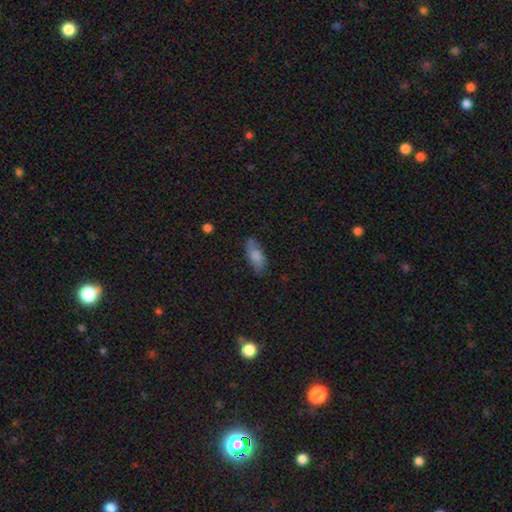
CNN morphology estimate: A smooth galaxy with no disk features (76%) that is in between round and cigar-shaped (76%). Merging: none (70%).